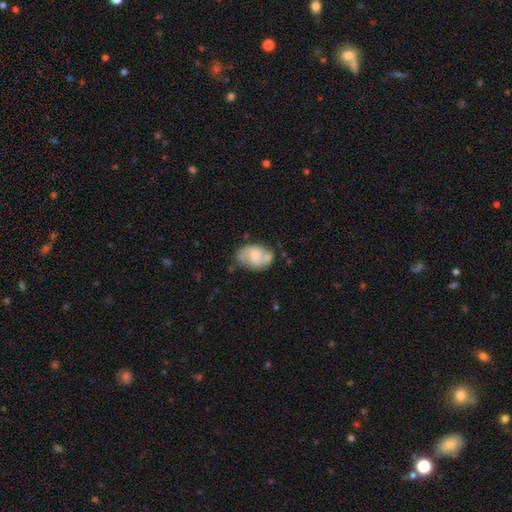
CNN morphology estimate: This appears to be a featured or disk galaxy (50%). Merging: none (48%).